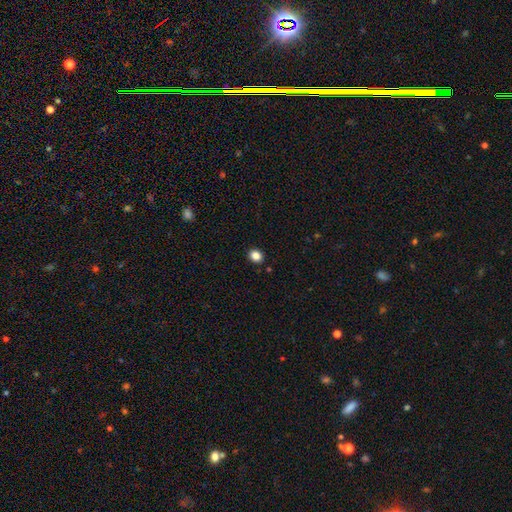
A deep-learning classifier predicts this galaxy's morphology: A smooth galaxy with no disk features (85%) that is round (60%).

Vote fractions:
- Smooth or featured? smooth: 85% / star or artifact: 11% / featured or disk: 4%
- How rounded? round: 60% / in between: 39% / cigar-shaped: 1%
- Merging? none: 91% / minor disturbance: 6% / major disturbance: 2% / merger: 1%